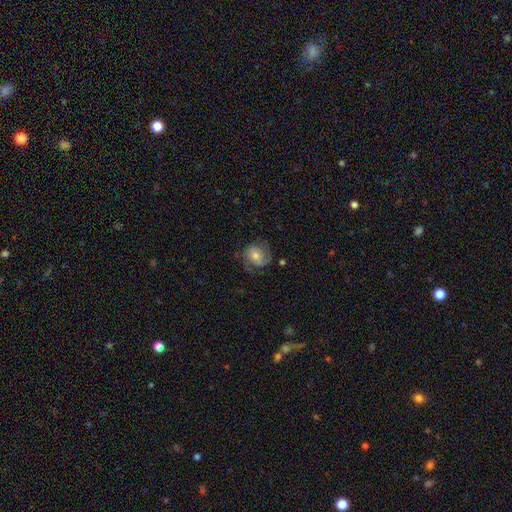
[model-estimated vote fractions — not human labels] Smooth or featured? Predicted: featured or disk (p=0.66). Edge-on disk? Predicted: no (p=0.97). Bar? Predicted: no (p=0.67). Spiral arms? Predicted: yes (p=0.90). Spiral winding? Predicted: medium (p=0.42). Spiral arm count? Predicted: 2 (p=0.73). Bulge size? Predicted: moderate (p=0.58). Merging? Predicted: none (p=0.69).